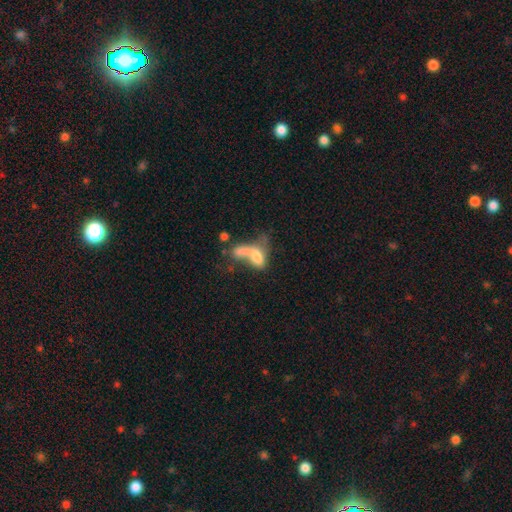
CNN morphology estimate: Smooth or featured?
  - smooth: 54% *
  - featured or disk: 35%
  - star or artifact: 12%
How rounded?
  - in between: 74% *
  - cigar-shaped: 18%
  - round: 8%
Merging?
  - merger: 50% *
  - major disturbance: 26%
  - none: 15%
  - minor disturbance: 9%